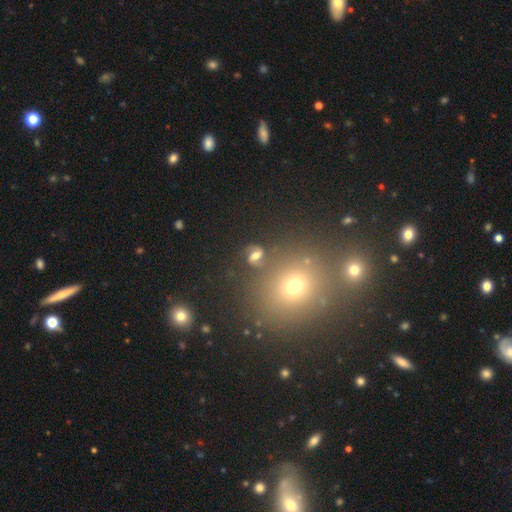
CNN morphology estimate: Smooth or featured? Predicted: smooth (p=0.45). Merging? Predicted: none (p=0.66).